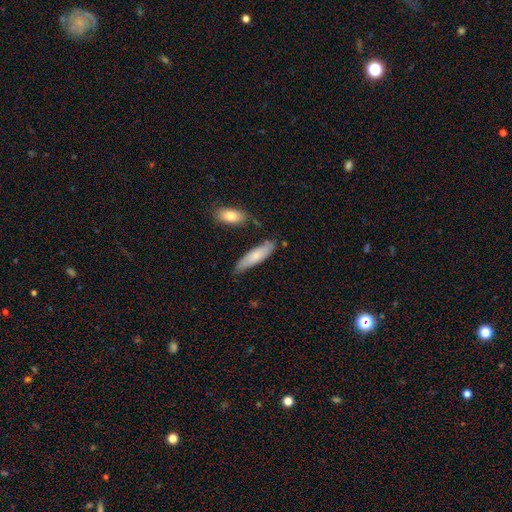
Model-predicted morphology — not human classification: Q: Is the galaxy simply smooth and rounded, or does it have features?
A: smooth — 74%.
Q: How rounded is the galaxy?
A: cigar-shaped — 59%.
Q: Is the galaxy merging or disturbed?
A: none — 71%.